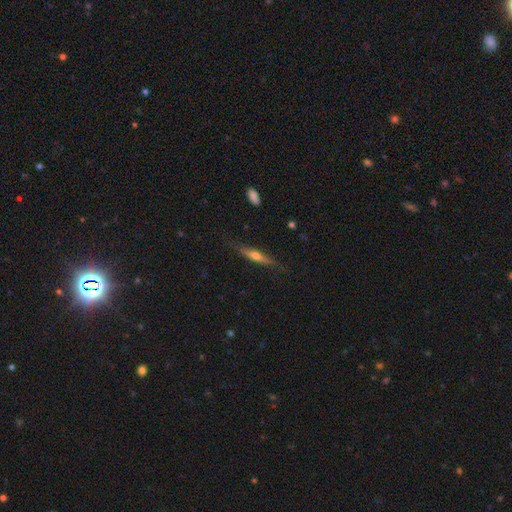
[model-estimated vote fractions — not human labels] Q: Smooth or featured?
A: featured or disk (62%); runner-up: smooth (32%)
Q: Edge-on disk?
A: yes (95%); runner-up: no (5%)
Q: Edge-on bulge?
A: rounded (88%); runner-up: none (8%)
Q: Merging?
A: none (81%); runner-up: minor disturbance (14%)